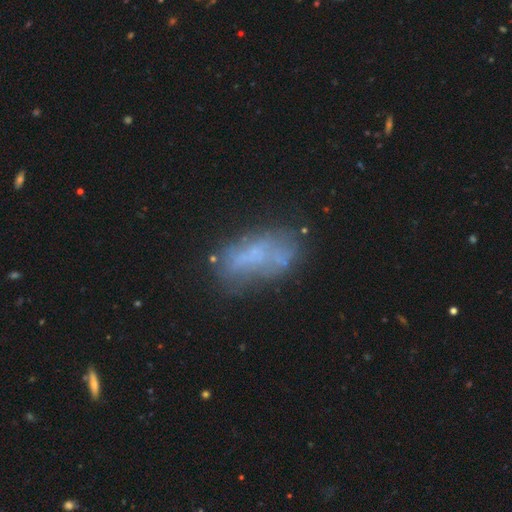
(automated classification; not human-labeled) A smooth galaxy with no disk features (44%). Merging: none (49%).